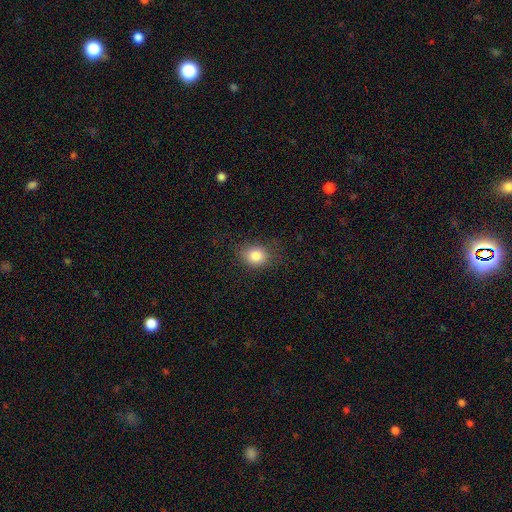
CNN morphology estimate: smooth_or_featured: smooth (p=0.84) [alt: star or artifact p=0.10]
how_rounded: round (p=0.58) [alt: in between p=0.41]
merging: none (p=0.78) [alt: minor disturbance p=0.16]